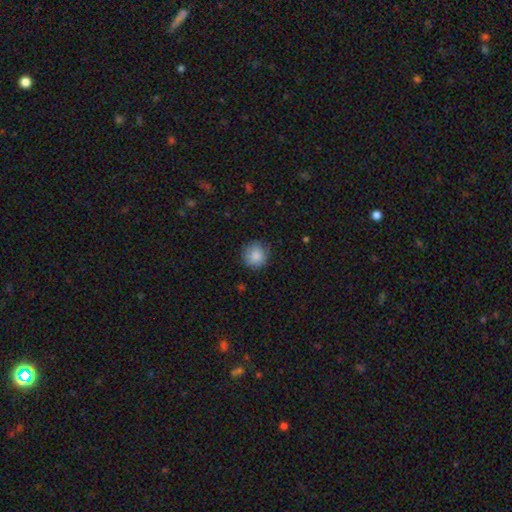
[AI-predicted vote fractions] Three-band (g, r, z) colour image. It shows a smooth galaxy with no disk features (88%) that is round (92%). Merging: none (84%).